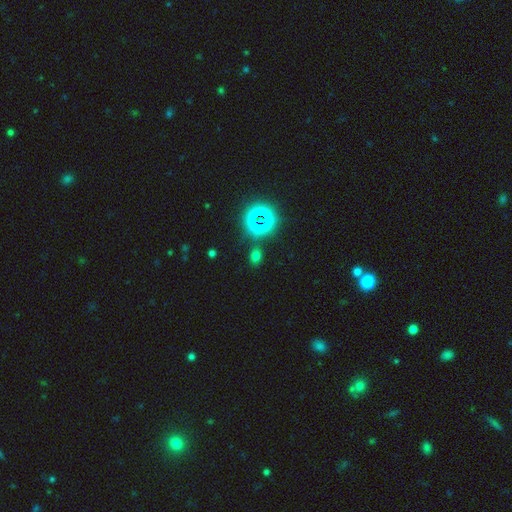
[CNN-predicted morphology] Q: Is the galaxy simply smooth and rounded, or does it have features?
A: smooth — 57%.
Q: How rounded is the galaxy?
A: in between — 60%.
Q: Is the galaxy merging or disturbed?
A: none — 80%.